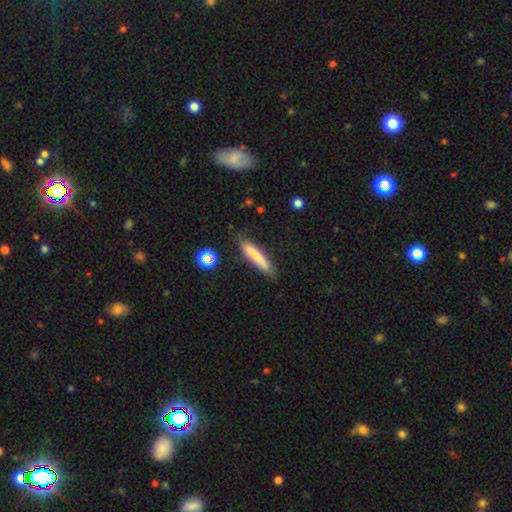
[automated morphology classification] Smooth or featured: smooth — 70% (featured or disk — 22%)
How rounded: cigar-shaped — 87% (in between — 11%)
Merging: none — 78% (minor disturbance — 16%)